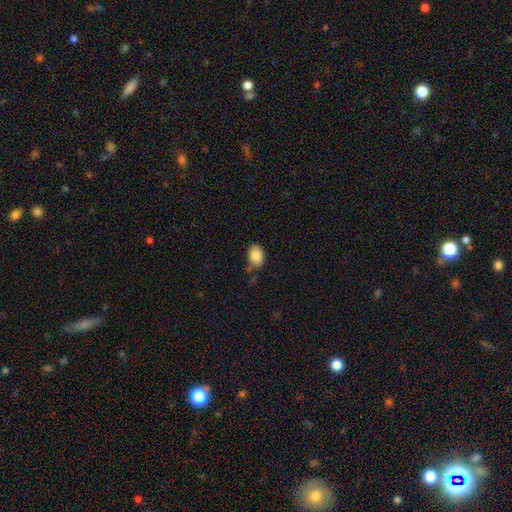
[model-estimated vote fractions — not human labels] smooth_or_featured: smooth (p=0.85) [alt: star or artifact p=0.08]
how_rounded: in between (p=0.79) [alt: round p=0.20]
merging: none (p=0.64) [alt: minor disturbance p=0.24]